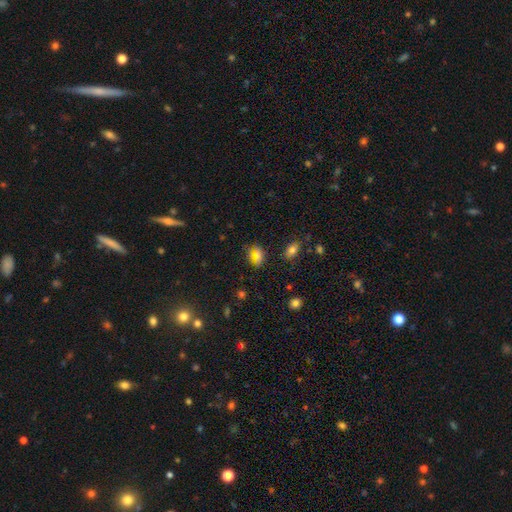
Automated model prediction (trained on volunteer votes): This is possibly a smooth galaxy (59%). How rounded: possibly in between (54%). Merging: likely none (75%).